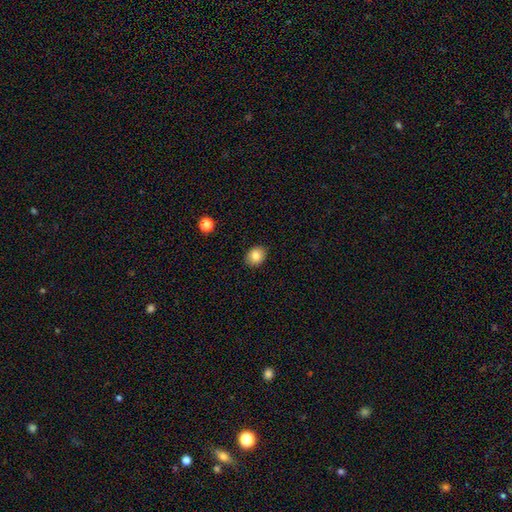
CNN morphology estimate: The model was most divided on "how rounded": round: 53%, in between: 47%, cigar-shaped: 1%. More confident: merging — none (89%); smooth or featured — smooth (83%).